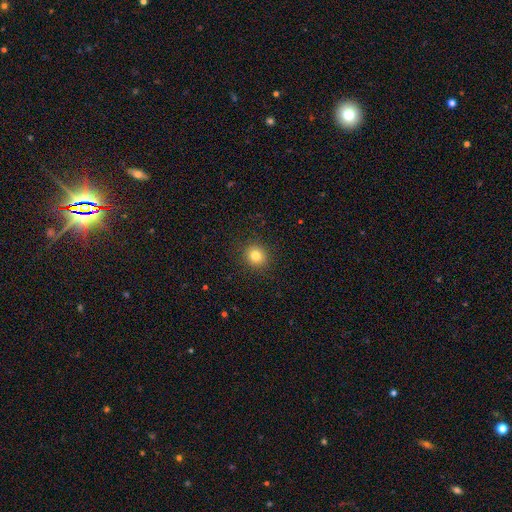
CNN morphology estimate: Smooth or featured?
  - smooth: 81% *
  - star or artifact: 12%
  - featured or disk: 7%
How rounded?
  - round: 87% *
  - in between: 12%
  - cigar-shaped: 1%
Merging?
  - none: 91% *
  - minor disturbance: 6%
  - major disturbance: 2%
  - merger: 1%